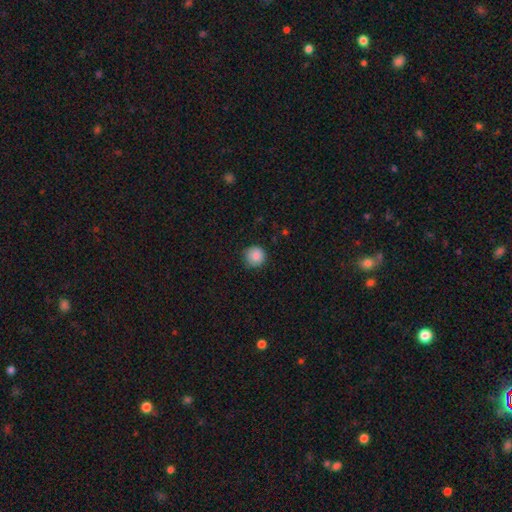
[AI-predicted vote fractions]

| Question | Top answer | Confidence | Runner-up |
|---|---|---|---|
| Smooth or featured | smooth | 86% | star or artifact (9%) |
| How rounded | round | 95% | in between (4%) |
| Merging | none | 85% | minor disturbance (12%) |